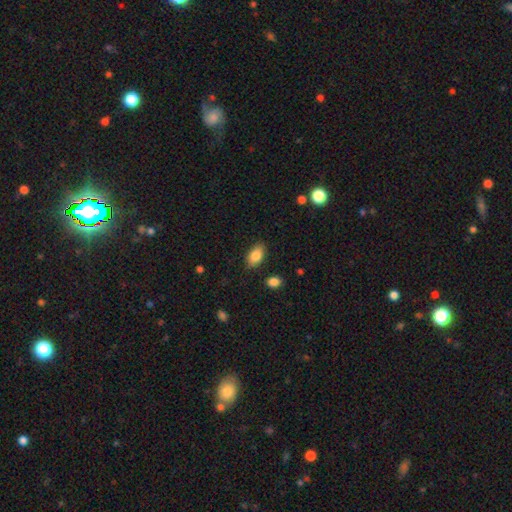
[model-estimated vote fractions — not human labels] A smooth galaxy with no disk features (85%) that is in between round and cigar-shaped (91%). Merging: none (85%).